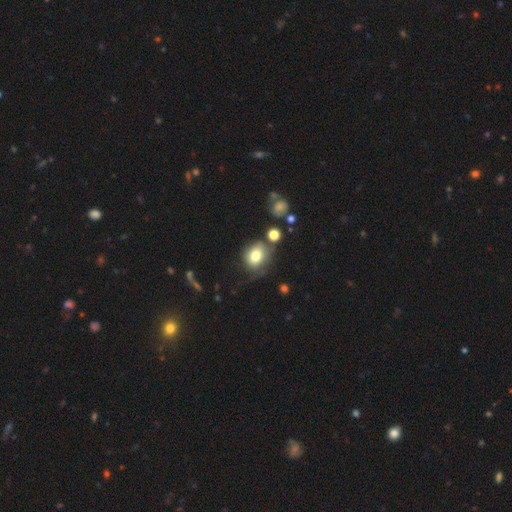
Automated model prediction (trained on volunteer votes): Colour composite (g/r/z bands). It shows a smooth galaxy with no disk features (78%) that is round (63%). Merging: none (56%).